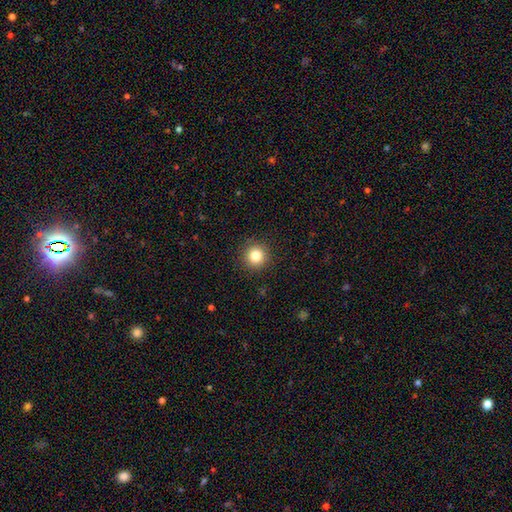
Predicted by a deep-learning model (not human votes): Q: Smooth or featured?
A: smooth (83%); runner-up: star or artifact (12%)
Q: How rounded?
A: round (95%); runner-up: in between (4%)
Q: Merging?
A: none (91%); runner-up: minor disturbance (6%)